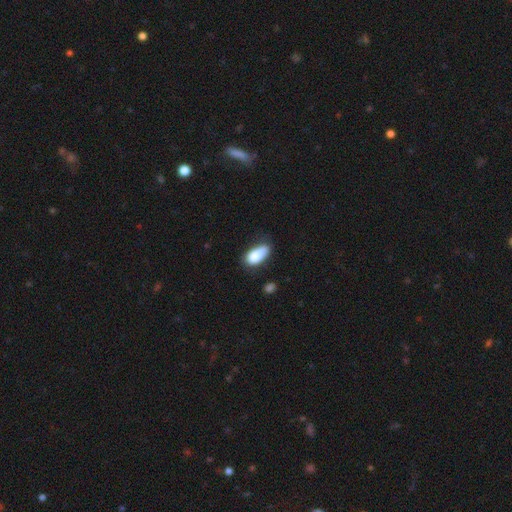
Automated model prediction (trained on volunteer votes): Q: Smooth or featured?
A: smooth (83%); runner-up: featured or disk (9%)
Q: How rounded?
A: in between (90%); runner-up: cigar-shaped (7%)
Q: Merging?
A: none (48%); runner-up: minor disturbance (36%)